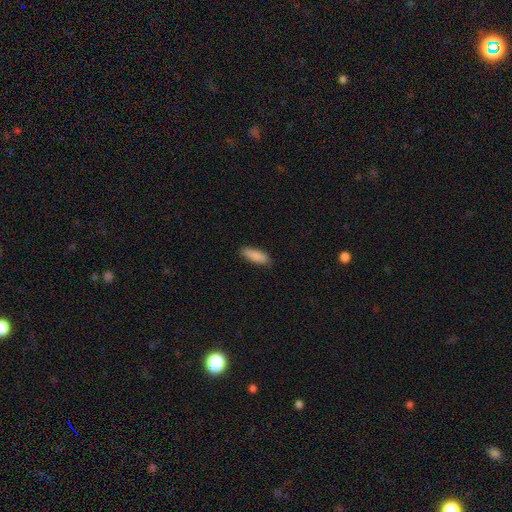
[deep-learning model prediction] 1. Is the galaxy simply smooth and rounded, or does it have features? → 89% smooth, 6% star or artifact, 5% featured or disk.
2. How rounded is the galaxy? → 57% in between, 41% cigar-shaped, 2% round.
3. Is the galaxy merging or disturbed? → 87% none, 10% minor disturbance, 2% major disturbance, 1% merger.